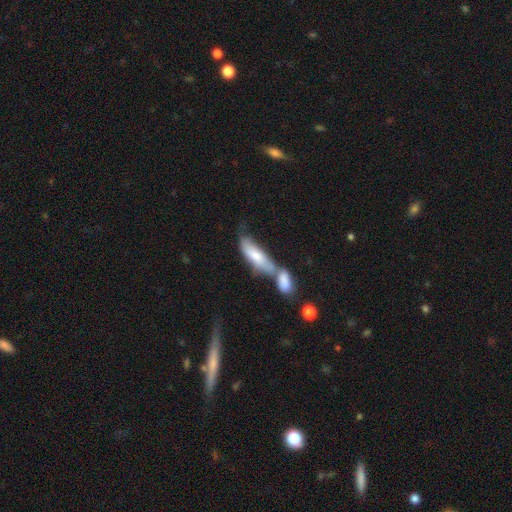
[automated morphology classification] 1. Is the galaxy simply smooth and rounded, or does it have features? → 65% smooth, 28% featured or disk, 7% star or artifact.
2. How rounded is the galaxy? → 56% in between, 42% cigar-shaped, 2% round.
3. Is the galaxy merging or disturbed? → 60% merger, 22% none, 12% minor disturbance, 7% major disturbance.